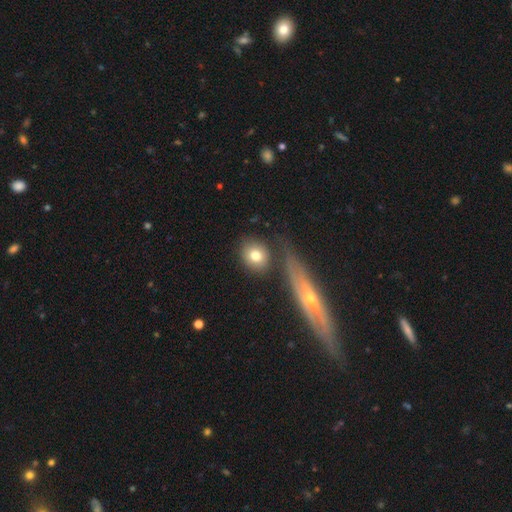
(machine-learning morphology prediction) Smooth or featured? smooth (77%)
How rounded? round (76%)
Merging? none (73%)